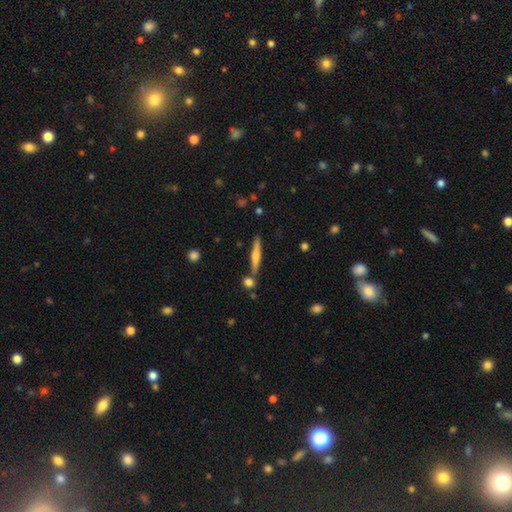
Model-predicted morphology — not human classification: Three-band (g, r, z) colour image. It shows a featured or disk galaxy (56%) viewed edge-on (96%) with a rounded central bulge (79%). Merging: none (81%).